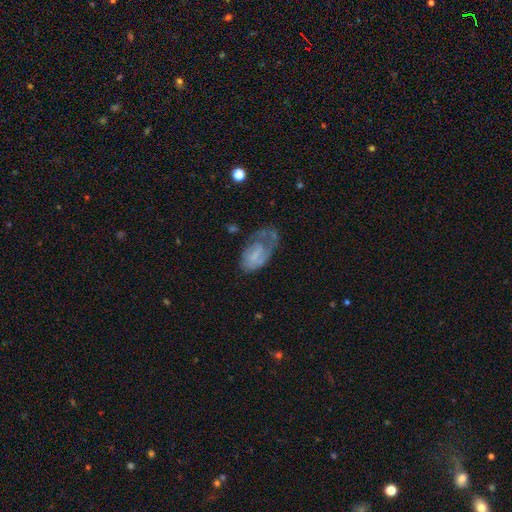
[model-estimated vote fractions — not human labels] This is possibly a featured or disk galaxy (55%). It is clearly not viewed edge-on (96%). Bar: possibly no (55%). Spiral arm pattern: likely yes (65%). Central bulge: possibly none (46%). Merging: marginally major disturbance (39%).